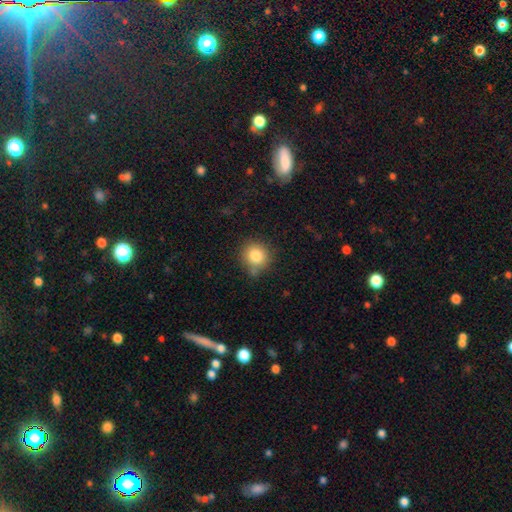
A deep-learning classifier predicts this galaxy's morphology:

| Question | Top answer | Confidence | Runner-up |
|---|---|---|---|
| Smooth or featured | smooth | 82% | star or artifact (11%) |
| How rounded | round | 90% | in between (9%) |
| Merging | none | 78% | minor disturbance (14%) |